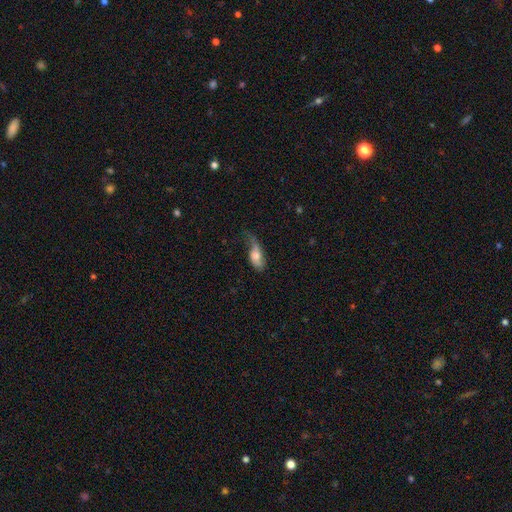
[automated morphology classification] type=smooth (59%); roundness=in between (83%); merging=minor disturbance (36%).